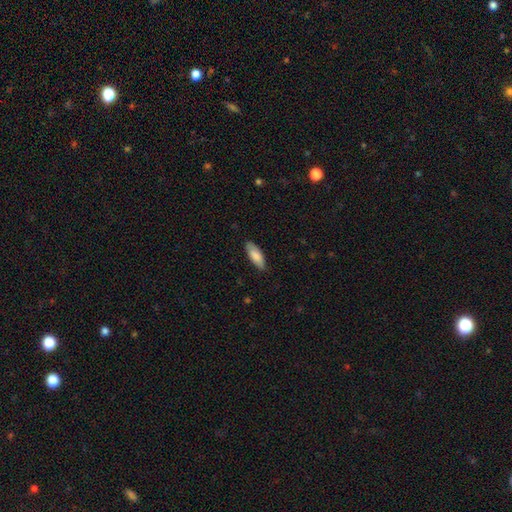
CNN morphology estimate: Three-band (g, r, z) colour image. It shows a smooth galaxy with no disk features (83%) that is in between round and cigar-shaped (68%). Merging: none (84%).